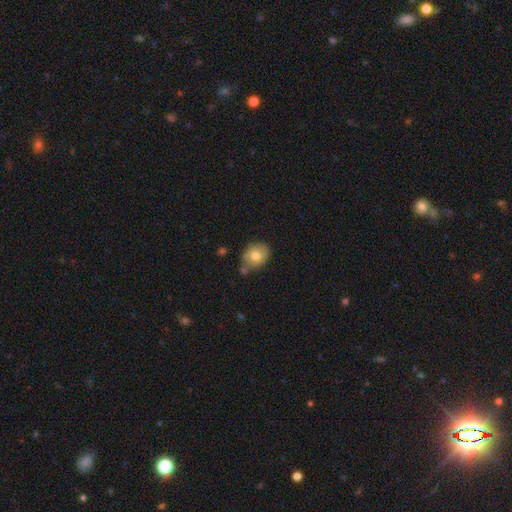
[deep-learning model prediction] Smooth or featured: smooth — 76% (featured or disk — 15%)
How rounded: round — 55% (in between — 44%)
Merging: none — 66% (minor disturbance — 20%)